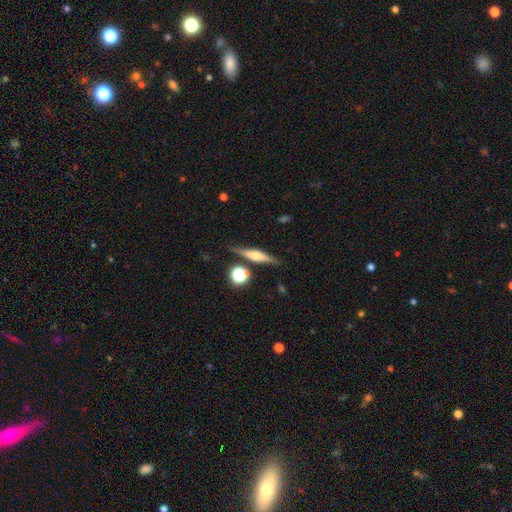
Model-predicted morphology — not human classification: Smooth or featured? featured or disk (62%)
Edge-on disk? yes (95%)
Edge-on bulge? rounded (82%)
Merging? none (82%)